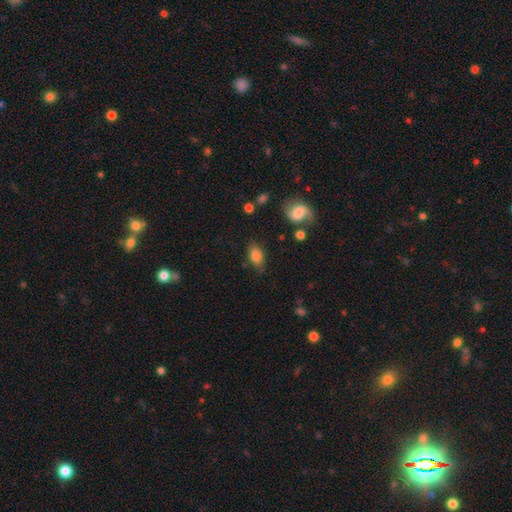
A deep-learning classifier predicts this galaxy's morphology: This appears to be a smooth galaxy with no disk features (80%) that is in between round and cigar-shaped (87%). Merging: none (74%).